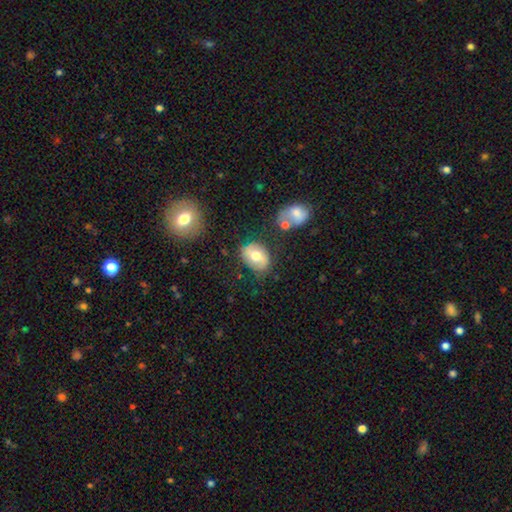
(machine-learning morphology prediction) This is possibly a smooth galaxy (59%). How rounded: likely in between (66%). Merging: likely none (68%).